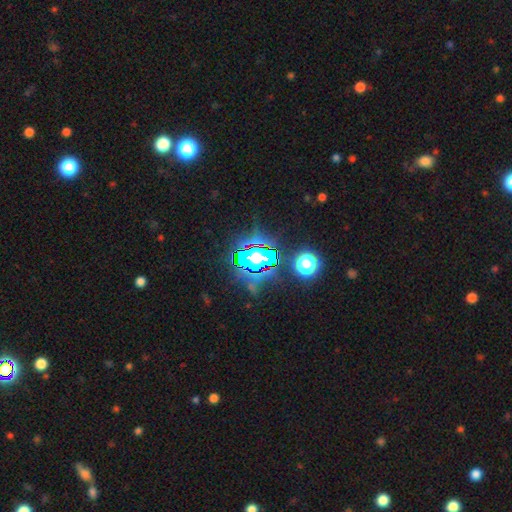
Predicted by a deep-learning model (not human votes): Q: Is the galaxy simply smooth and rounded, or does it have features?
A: star or artifact — 80%.